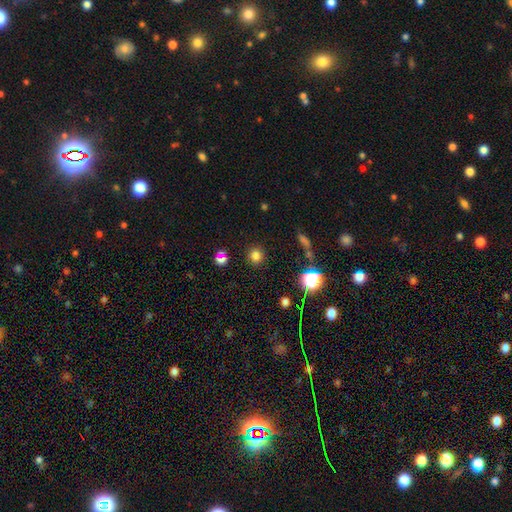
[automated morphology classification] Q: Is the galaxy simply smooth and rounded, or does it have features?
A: smooth — 77%.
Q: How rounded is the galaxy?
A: round — 91%.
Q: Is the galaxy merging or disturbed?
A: none — 88%.